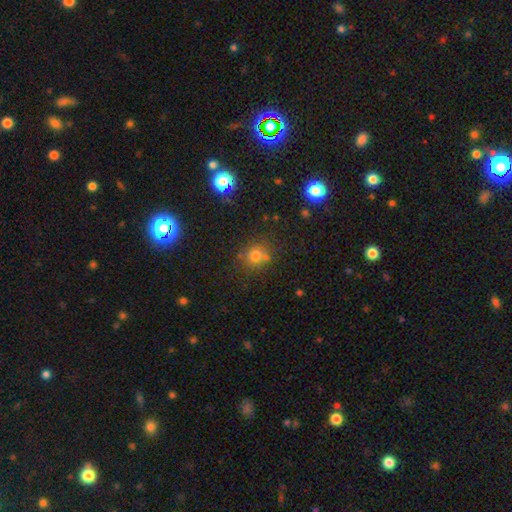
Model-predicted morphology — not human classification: Smooth or featured: smooth — 71% (star or artifact — 20%)
How rounded: round — 83% (in between — 16%)
Merging: none — 71% (minor disturbance — 14%)